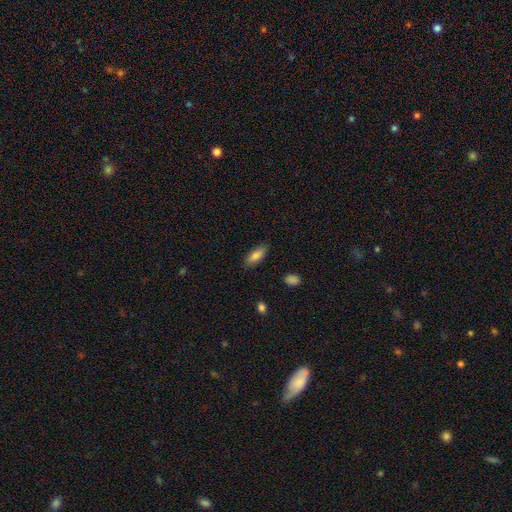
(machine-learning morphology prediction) Overall: smooth (82%). How rounded: in between (74%). Merging: none (85%).